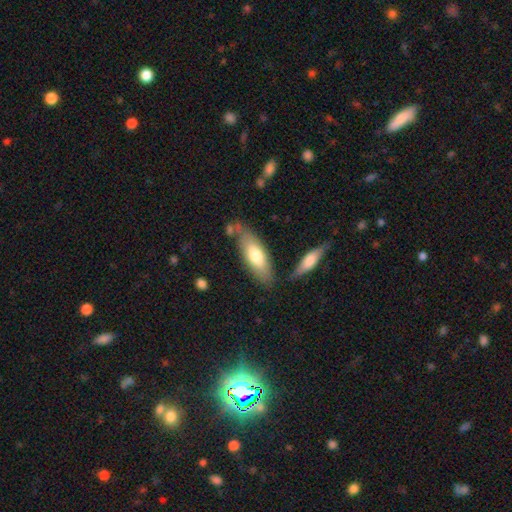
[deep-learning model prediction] Smooth or featured? Predicted: smooth (p=0.68). How rounded? Predicted: in between (p=0.61). Merging? Predicted: none (p=0.68).